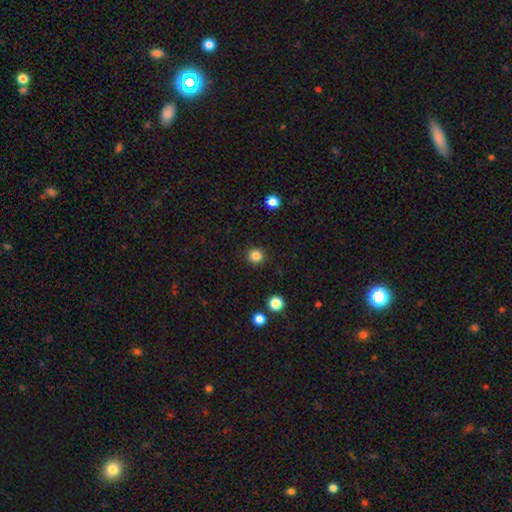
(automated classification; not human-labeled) Q: Smooth or featured?
A: smooth (84%); runner-up: star or artifact (12%)
Q: How rounded?
A: round (93%); runner-up: in between (6%)
Q: Merging?
A: none (92%); runner-up: minor disturbance (5%)